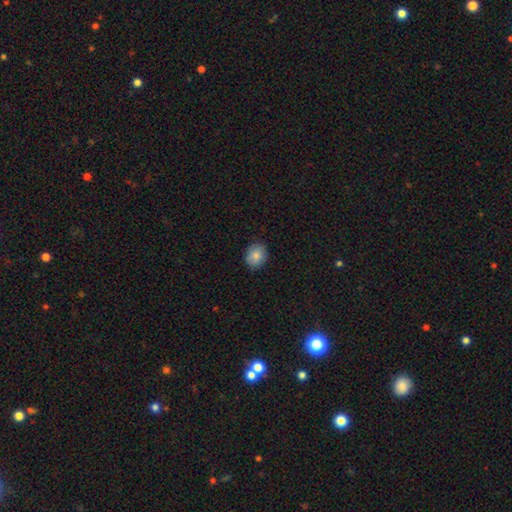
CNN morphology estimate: Smooth or featured? Predicted: smooth (p=0.84). How rounded? Predicted: round (p=0.60). Merging? Predicted: none (p=0.87).